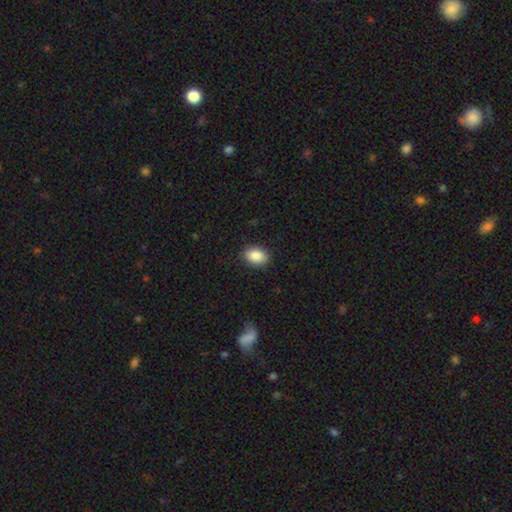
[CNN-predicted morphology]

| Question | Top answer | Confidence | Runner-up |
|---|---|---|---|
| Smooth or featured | smooth | 88% | star or artifact (7%) |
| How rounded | in between | 78% | round (21%) |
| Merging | none | 88% | minor disturbance (9%) |